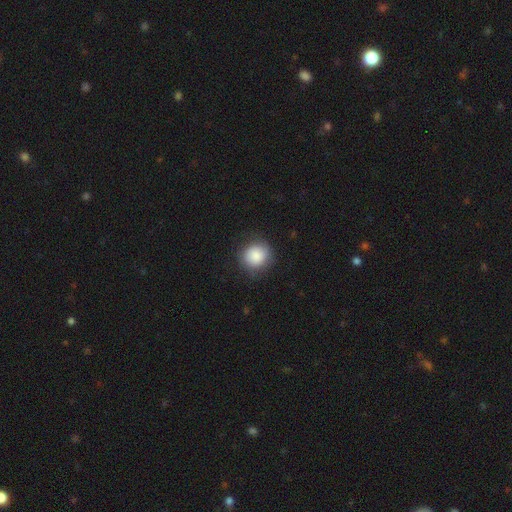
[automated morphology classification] type=smooth (86%); roundness=round (87%); merging=none (82%).